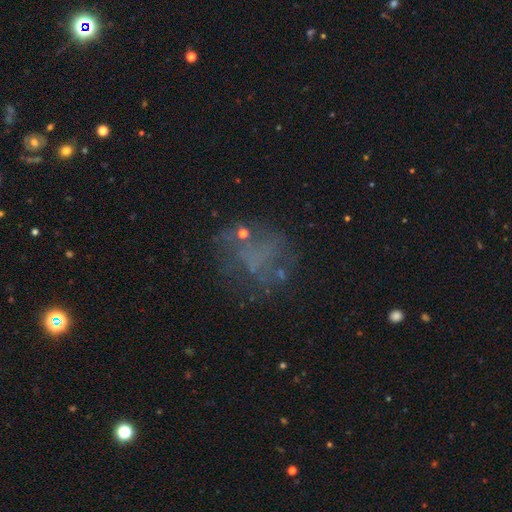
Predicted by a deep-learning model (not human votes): smooth-or-featured: featured or disk: 36% | smooth: 34% | star or artifact: 31%
  merging: none: 59% | major disturbance: 20% | minor disturbance: 17% | merger: 4%